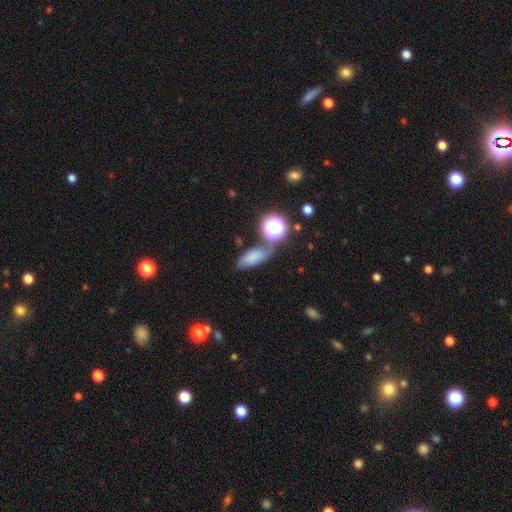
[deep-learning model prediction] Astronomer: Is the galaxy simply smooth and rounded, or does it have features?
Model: smooth — 57%.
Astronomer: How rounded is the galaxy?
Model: in between — 64%.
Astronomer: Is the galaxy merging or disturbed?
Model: none — 67%.